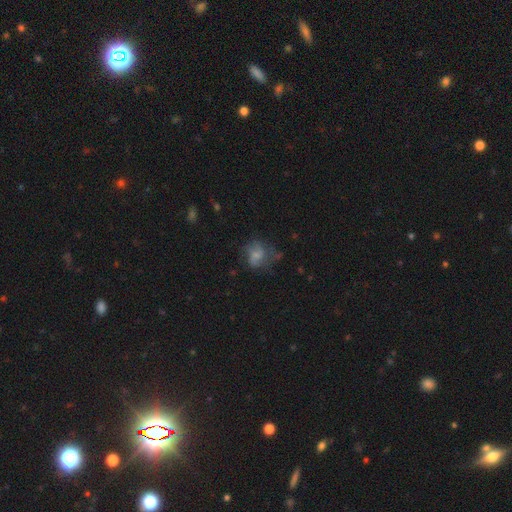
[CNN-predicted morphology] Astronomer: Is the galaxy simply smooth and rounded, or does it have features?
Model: smooth — 45% (runner-up: featured or disk, 38%).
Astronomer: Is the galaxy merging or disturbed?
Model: none — 50%.